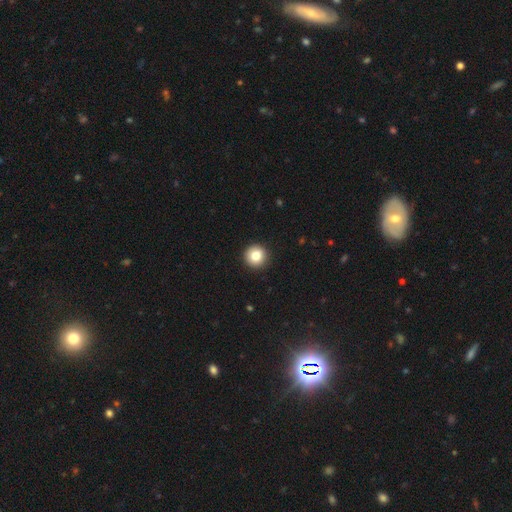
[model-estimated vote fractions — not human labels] Smooth or featured? smooth (83%)
How rounded? round (96%)
Merging? none (93%)